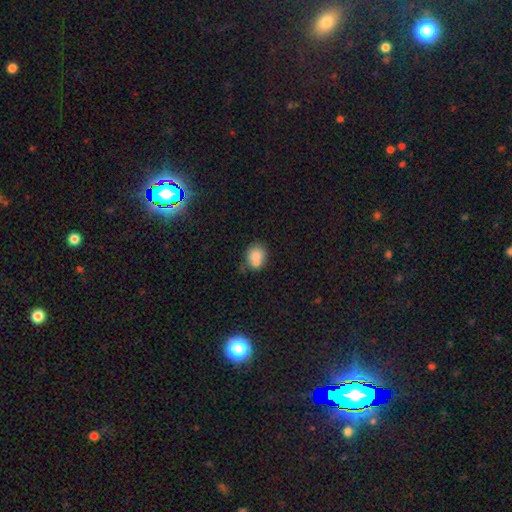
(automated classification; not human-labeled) Smooth or featured? Predicted: smooth (p=0.79). How rounded? Predicted: round (p=0.61). Merging? Predicted: none (p=0.45).